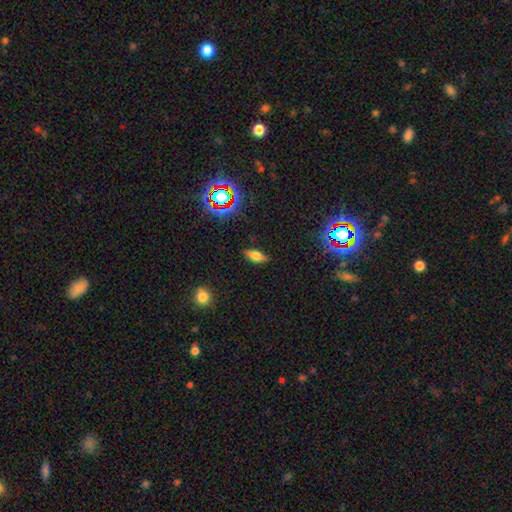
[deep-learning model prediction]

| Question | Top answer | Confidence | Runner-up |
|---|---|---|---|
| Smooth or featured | smooth | 68% | featured or disk (19%) |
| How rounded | in between | 76% | cigar-shaped (20%) |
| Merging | none | 85% | minor disturbance (11%) |